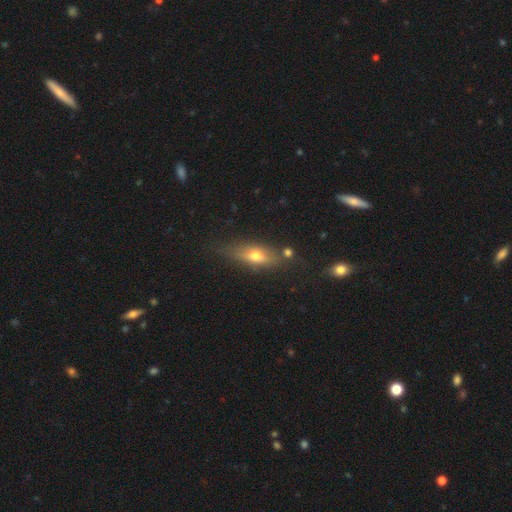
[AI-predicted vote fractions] Smooth or featured: smooth — 48% (featured or disk — 42%)
Merging: none — 74% (minor disturbance — 16%)